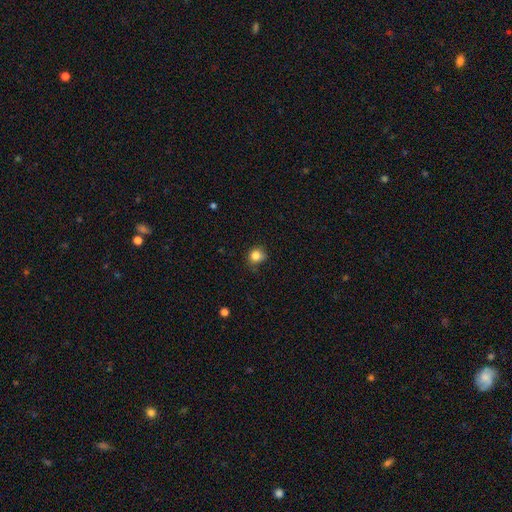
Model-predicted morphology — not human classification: smooth_or_featured: smooth (p=0.83) [alt: star or artifact p=0.11]
how_rounded: round (p=0.78) [alt: in between p=0.21]
merging: none (p=0.72) [alt: minor disturbance p=0.22]